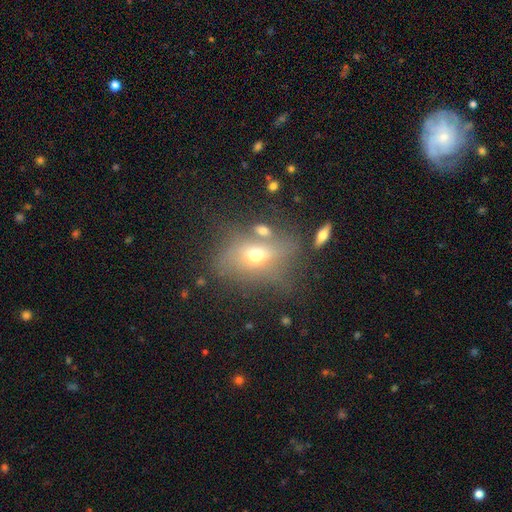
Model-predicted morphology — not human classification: This appears to be a smooth galaxy with no disk features (58%) that is in between round and cigar-shaped (61%). Merging: none (51%).